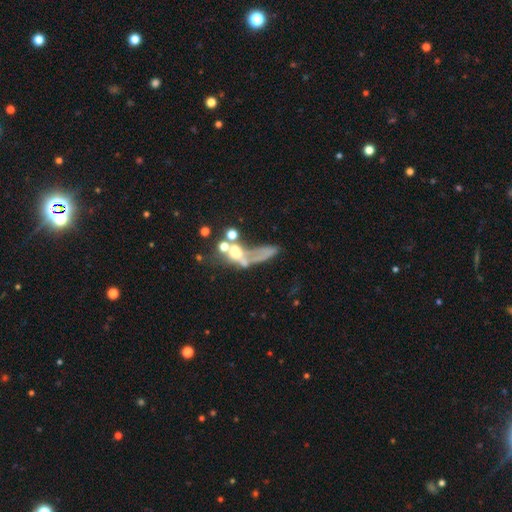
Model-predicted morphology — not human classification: The model was most divided on "merging": merger: 43%, major disturbance: 29%, none: 19%, minor disturbance: 10%. Remaining: smooth or featured — featured or disk (49%).